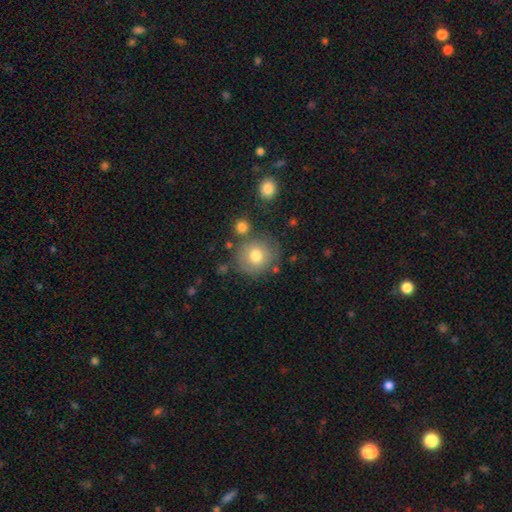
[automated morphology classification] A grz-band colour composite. It shows a smooth galaxy with no disk features (75%) that is round (90%). Merging: none (74%).